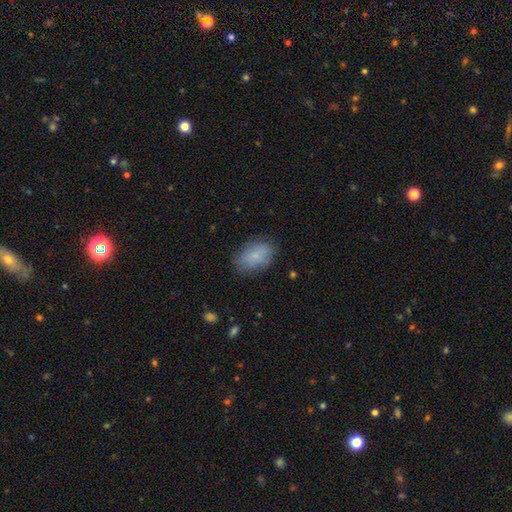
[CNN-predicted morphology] This appears to be a smooth galaxy with no disk features (81%) that is in between round and cigar-shaped (85%). Merging: none (79%).